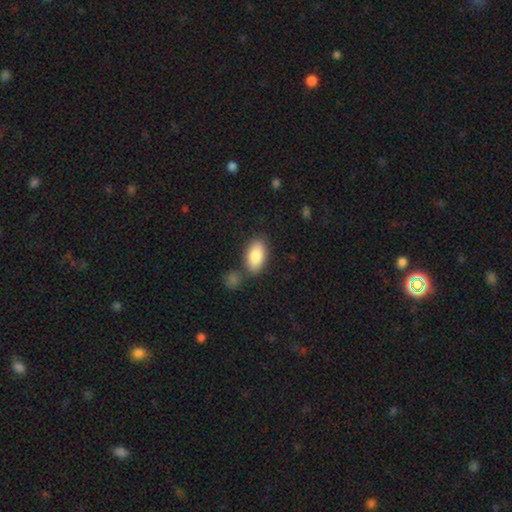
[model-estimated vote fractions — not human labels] Smooth or featured: smooth — 86% (featured or disk — 8%)
How rounded: in between — 93% (round — 4%)
Merging: none — 73% (minor disturbance — 13%)